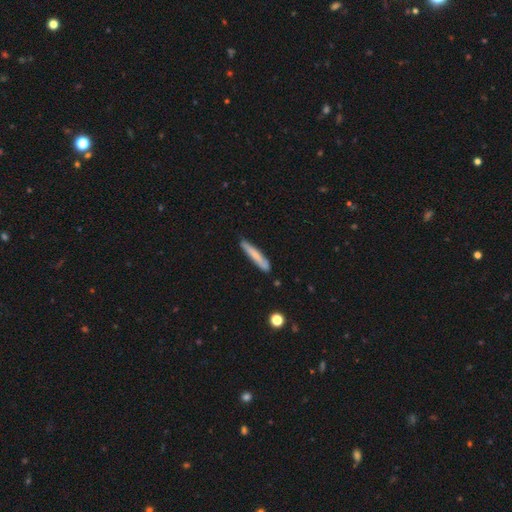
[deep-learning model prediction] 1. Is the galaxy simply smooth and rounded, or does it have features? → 71% smooth, 22% featured or disk, 6% star or artifact.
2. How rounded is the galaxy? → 93% cigar-shaped, 5% in between, 1% round.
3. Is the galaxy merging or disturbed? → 83% none, 13% minor disturbance, 2% major disturbance, 2% merger.